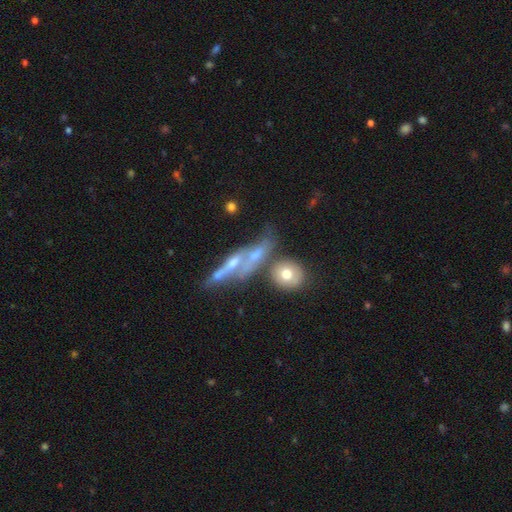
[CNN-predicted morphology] Smooth or featured? smooth (44%, tied with featured or disk)
Merging? merger (43%)